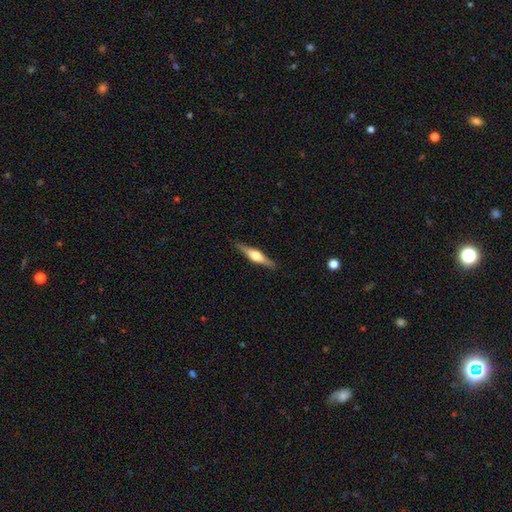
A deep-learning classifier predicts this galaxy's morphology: Smooth or featured: featured or disk — 73% (smooth — 22%)
Edge-on disk: yes — 98% (no — 2%)
Edge-on bulge: rounded — 92% (boxy — 6%)
Merging: none — 90% (minor disturbance — 8%)